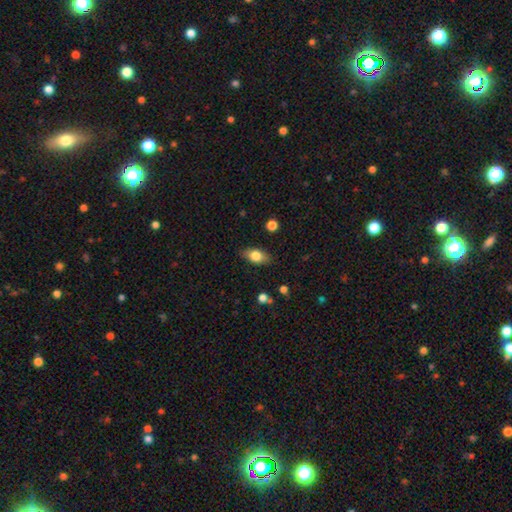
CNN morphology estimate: Smooth or featured? Predicted: smooth (p=0.77). How rounded? Predicted: in between (p=0.87). Merging? Predicted: none (p=0.85).